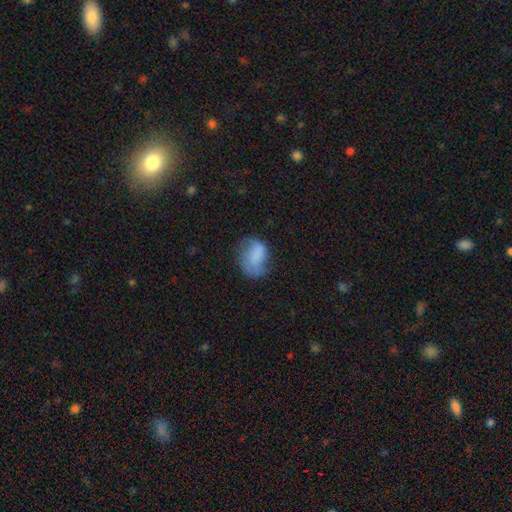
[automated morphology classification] This appears to be a smooth galaxy with no disk features (66%) that is in between round and cigar-shaped (74%). Merging: none (49%).